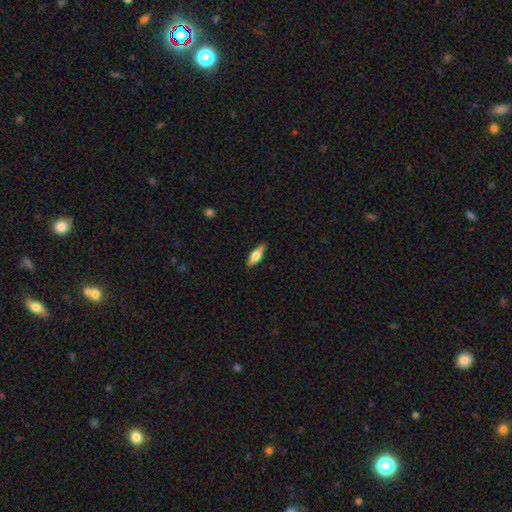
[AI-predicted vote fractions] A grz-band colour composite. It shows a smooth galaxy with no disk features (53%) that is in between round and cigar-shaped (54%). Merging: none (86%).